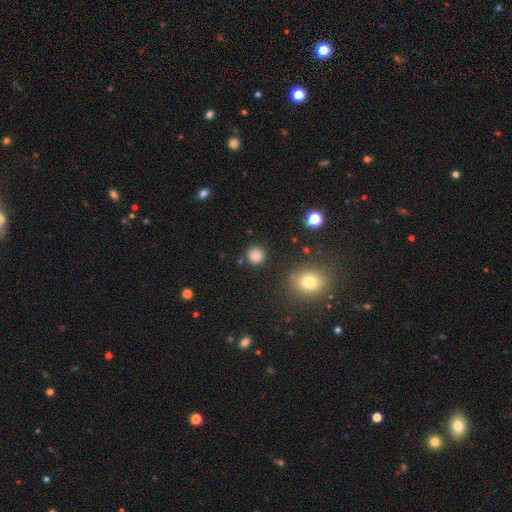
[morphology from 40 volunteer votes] smooth_or_featured: smooth (p=0.85) [alt: star or artifact p=0.12]
how_rounded: round (p=0.91) [alt: in between p=0.09]
merging: none (p=0.91) [alt: minor disturbance p=0.09]